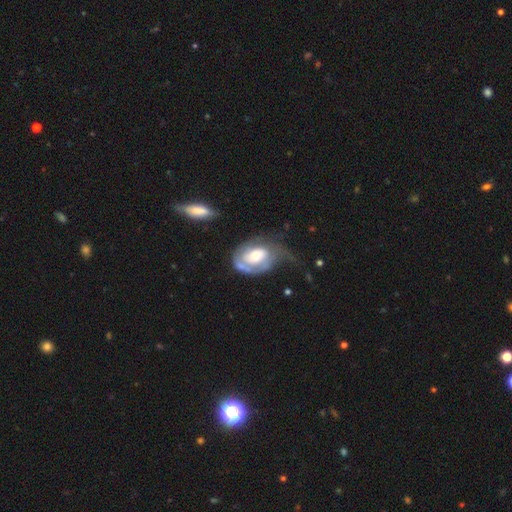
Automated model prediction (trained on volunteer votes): featured or disk 67%, smooth 27%, star or artifact 6%. Down the decision tree: edge-on disk — no (96%); bar — no (69%); spiral arms — yes (72%); bulge size — moderate (59%); merging — major disturbance (37%).